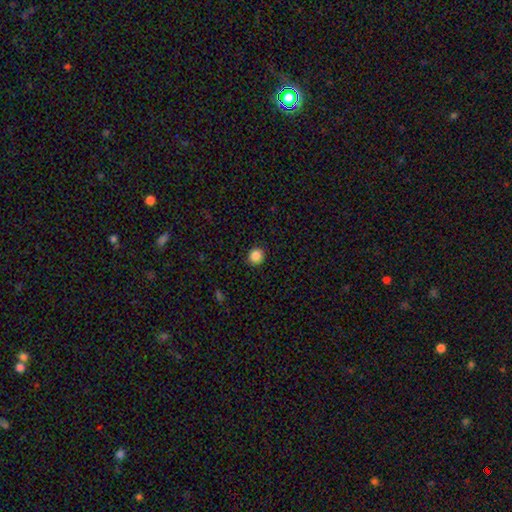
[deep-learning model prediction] A smooth galaxy with no disk features (87%) that is round (93%). Merging: none (92%).